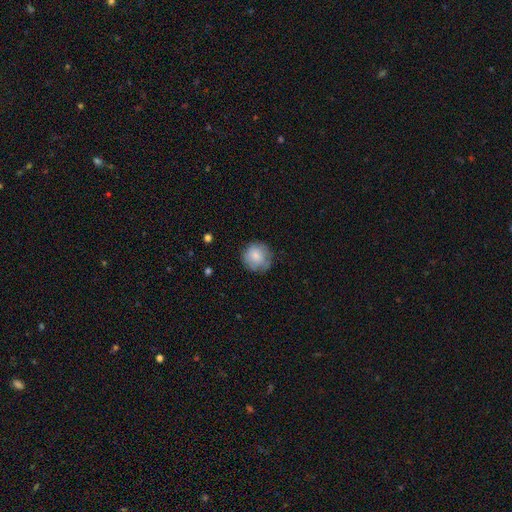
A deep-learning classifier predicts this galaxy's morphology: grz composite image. It shows a smooth galaxy with no disk features (78%) that is round (91%). Merging: none (73%).